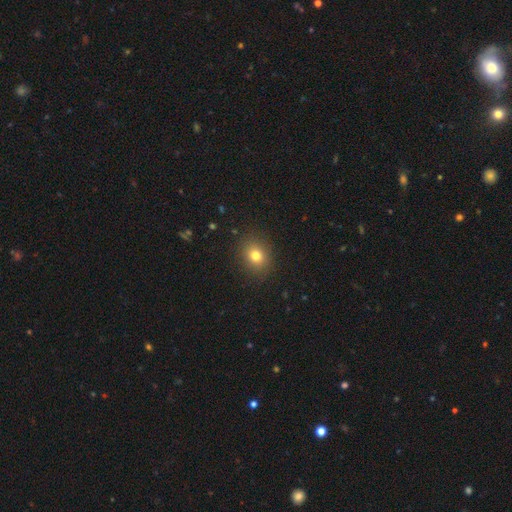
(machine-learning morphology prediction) Smooth or featured? smooth (77%)
How rounded? round (66%)
Merging? none (88%)